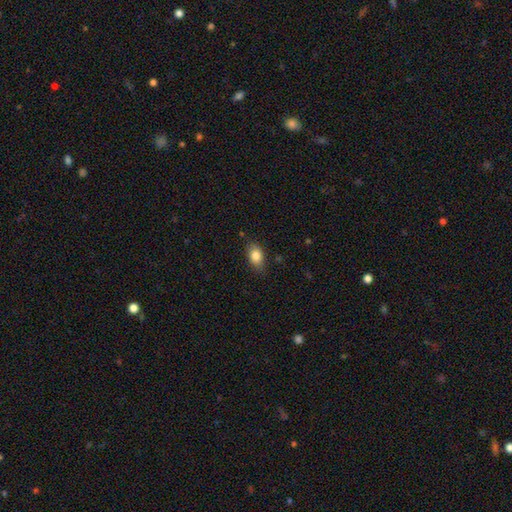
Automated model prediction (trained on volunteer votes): A smooth galaxy with no disk features (83%) that is in between round and cigar-shaped (84%). Merging: none (80%).